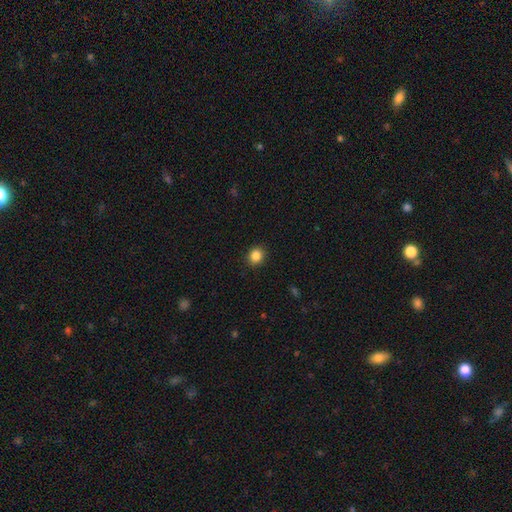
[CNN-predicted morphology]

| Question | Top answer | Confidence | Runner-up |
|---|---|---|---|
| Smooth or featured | smooth | 85% | star or artifact (11%) |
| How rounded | round | 74% | in between (25%) |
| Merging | none | 90% | minor disturbance (7%) |